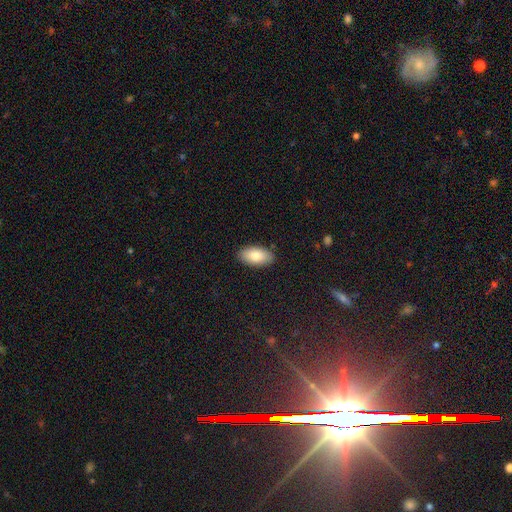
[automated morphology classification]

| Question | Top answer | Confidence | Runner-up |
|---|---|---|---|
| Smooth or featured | smooth | 83% | featured or disk (10%) |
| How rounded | in between | 94% | cigar-shaped (3%) |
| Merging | none | 88% | minor disturbance (9%) |